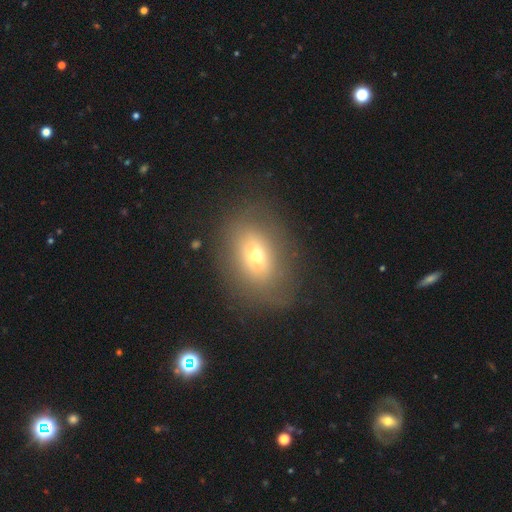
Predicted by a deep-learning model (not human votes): Q: Smooth or featured?
A: smooth (55%); runner-up: featured or disk (32%)
Q: How rounded?
A: in between (68%); runner-up: round (29%)
Q: Merging?
A: none (72%); runner-up: minor disturbance (17%)